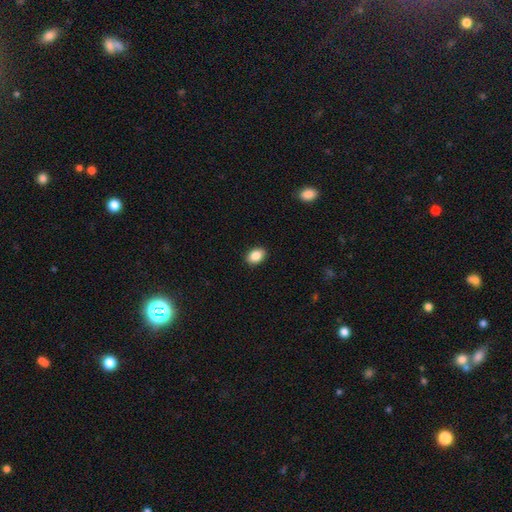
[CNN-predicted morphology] Overall: smooth (87%). How rounded: in between (83%). Merging: none (91%).